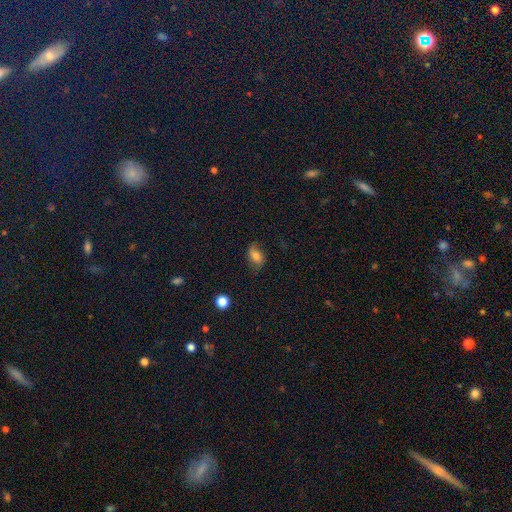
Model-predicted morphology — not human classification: Smooth or featured? Predicted: smooth (p=0.60). How rounded? Predicted: in between (p=0.82). Merging? Predicted: none (p=0.70).